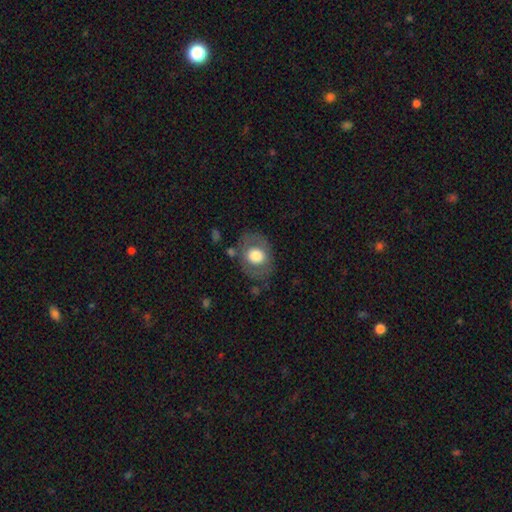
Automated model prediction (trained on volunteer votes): smooth 64%, featured or disk 29%, star or artifact 7%. Down the decision tree: how rounded — round (50%); merging — none (73%).